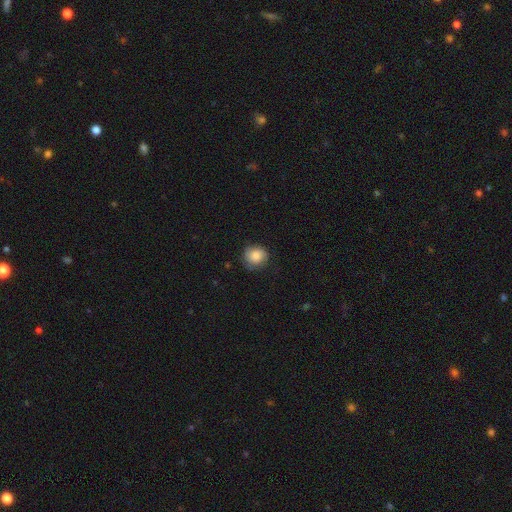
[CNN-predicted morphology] smooth-or-featured: smooth: 75% | featured or disk: 17% | star or artifact: 8%
  how-rounded: round: 86% | in between: 13% | cigar-shaped: 1%
  merging: none: 75% | minor disturbance: 19% | major disturbance: 5% | merger: 1%